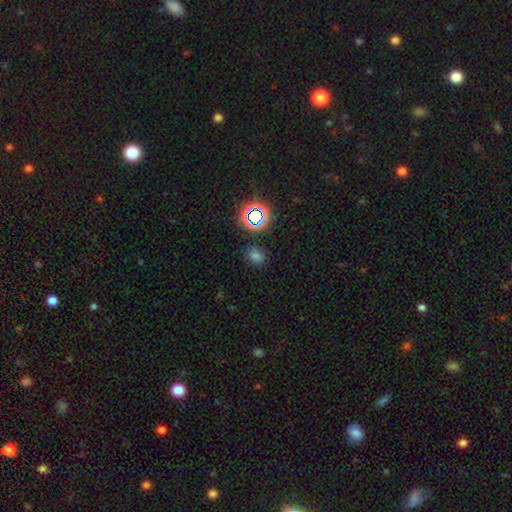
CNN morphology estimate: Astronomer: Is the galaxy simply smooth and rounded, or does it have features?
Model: smooth — 61%.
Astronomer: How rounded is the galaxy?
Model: round — 53% (runner-up: in between, 46%).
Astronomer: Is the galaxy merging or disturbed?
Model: none — 83%.